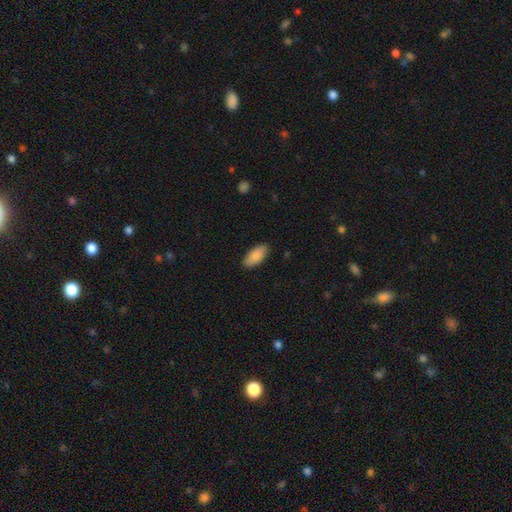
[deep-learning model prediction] Smooth or featured: smooth — 87% (featured or disk — 7%)
How rounded: in between — 89% (cigar-shaped — 9%)
Merging: none — 85% (minor disturbance — 12%)